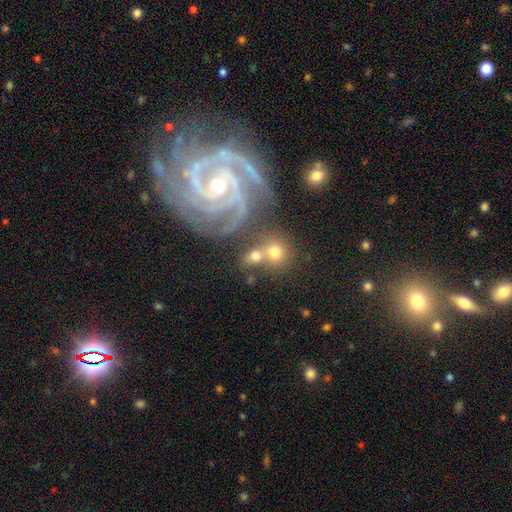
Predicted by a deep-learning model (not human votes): The model was most divided on "merging": none: 40%, merger: 39%, minor disturbance: 12%, major disturbance: 10%. More confident: how rounded — round (65%); smooth or featured — smooth (57%).